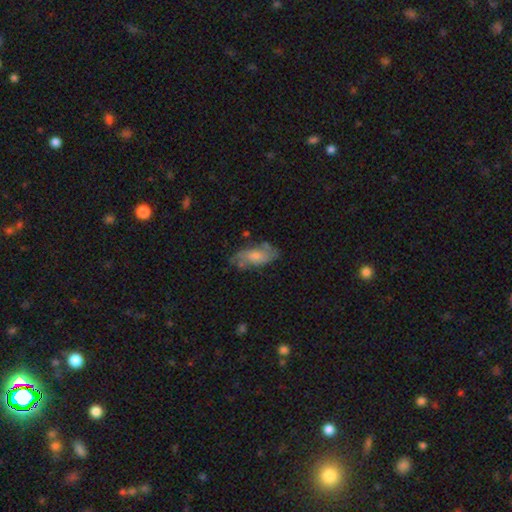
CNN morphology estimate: Overall: smooth (47%; featured or disk 45%). Merging: none (65%).